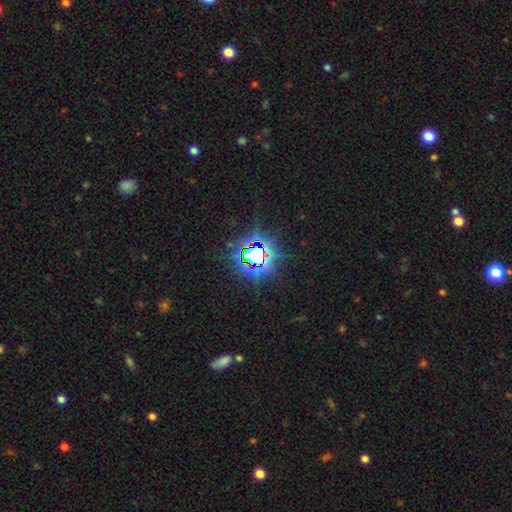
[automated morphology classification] A star or artifact, not a galaxy (79%).